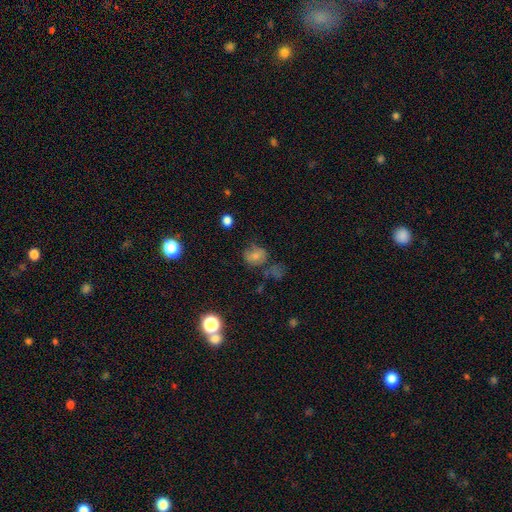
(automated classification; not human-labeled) This appears to be a smooth galaxy with no disk features (66%) that is round (55%). Merging: none (48%).